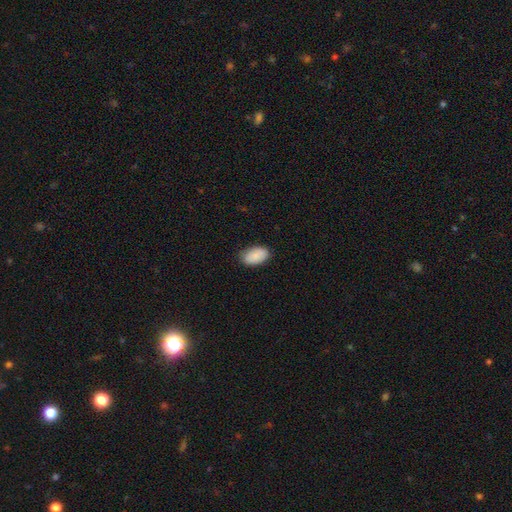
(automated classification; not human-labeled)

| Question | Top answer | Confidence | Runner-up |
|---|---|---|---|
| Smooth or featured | smooth | 86% | featured or disk (7%) |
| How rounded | in between | 94% | round (4%) |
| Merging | none | 82% | minor disturbance (14%) |